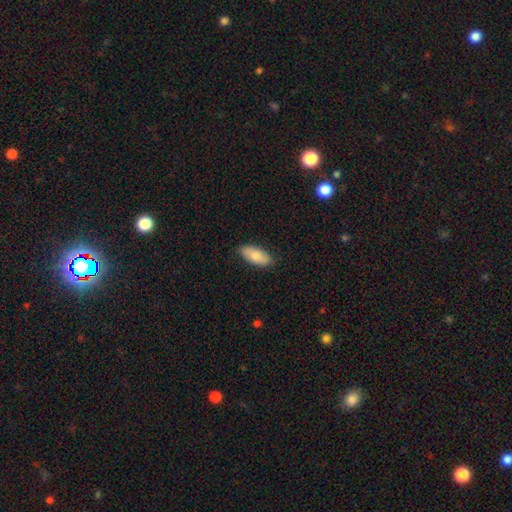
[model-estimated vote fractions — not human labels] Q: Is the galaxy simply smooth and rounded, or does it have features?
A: smooth — 82%.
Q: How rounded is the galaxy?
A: in between — 88%.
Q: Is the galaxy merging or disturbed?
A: none — 87%.